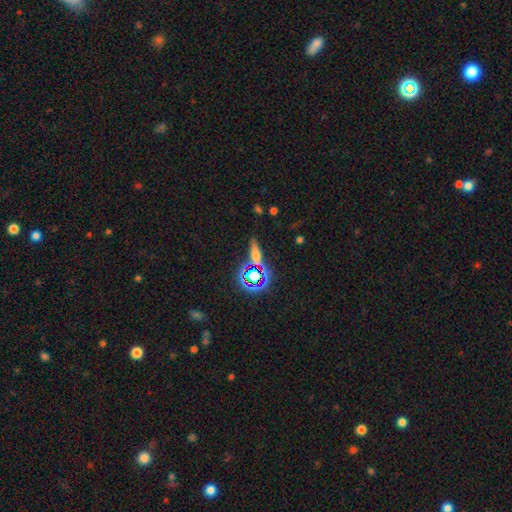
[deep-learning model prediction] This appears to be a smooth galaxy with no disk features (41%). Merging: none (78%).